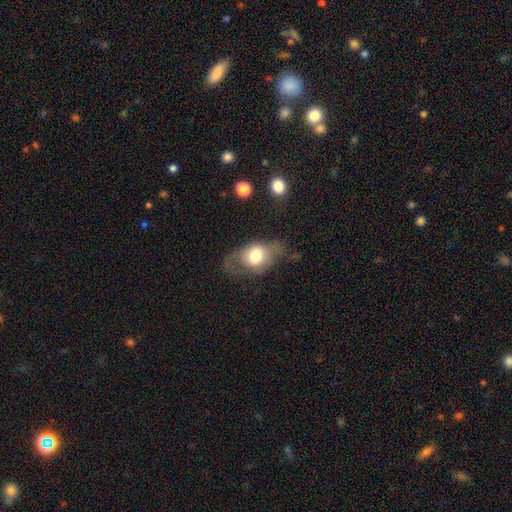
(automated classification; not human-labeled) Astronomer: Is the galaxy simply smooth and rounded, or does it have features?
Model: smooth — 61%.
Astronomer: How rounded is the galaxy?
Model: in between — 71%.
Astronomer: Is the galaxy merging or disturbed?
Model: none — 46% (runner-up: minor disturbance, 26%).